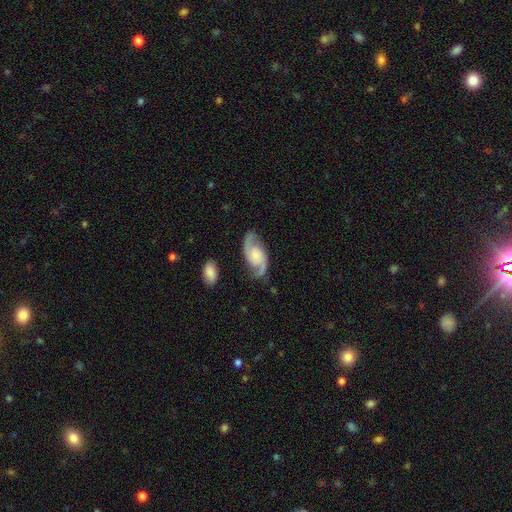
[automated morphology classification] Overall: featured or disk (87%). Edge-on disk: no (97%). Bar: no (61%; weak 31%). Spiral arms: yes (98%). Spiral arm count: 2 (94%). Spiral winding: medium (53%; loose 30%). Bulge size: moderate (32%; small 30%). Merging: none (78%).